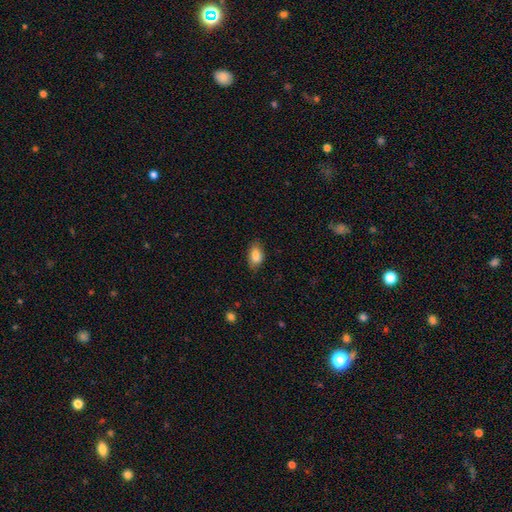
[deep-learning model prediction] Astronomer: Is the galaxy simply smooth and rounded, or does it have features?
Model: smooth — 85%.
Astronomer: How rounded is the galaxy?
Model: in between — 91%.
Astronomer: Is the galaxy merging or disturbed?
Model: none — 76%.